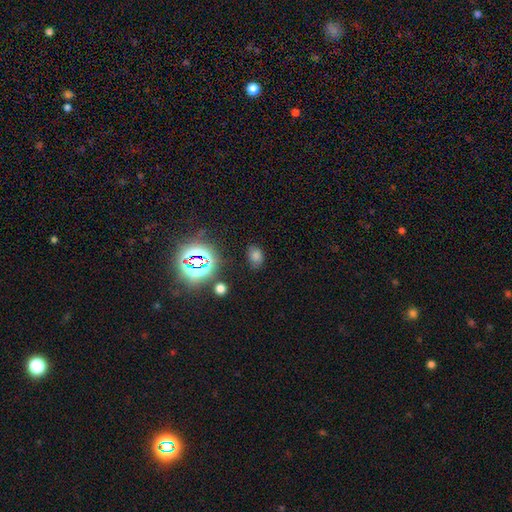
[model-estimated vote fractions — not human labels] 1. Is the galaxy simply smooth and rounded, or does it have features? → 57% smooth, 35% star or artifact, 8% featured or disk.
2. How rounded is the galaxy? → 72% in between, 26% round, 1% cigar-shaped.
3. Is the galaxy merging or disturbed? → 80% none, 13% minor disturbance, 4% major disturbance, 3% merger.